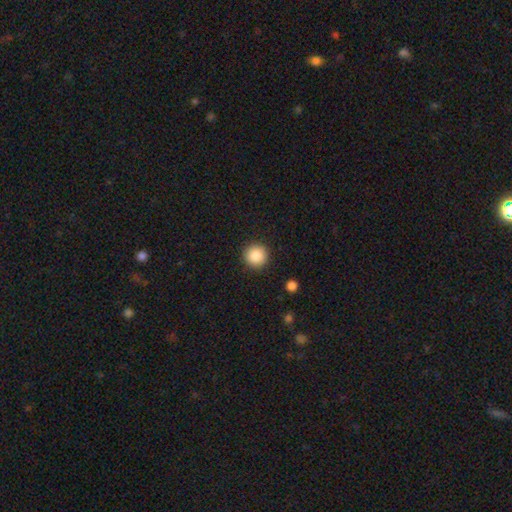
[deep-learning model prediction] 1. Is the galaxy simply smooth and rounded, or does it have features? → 88% smooth, 9% star or artifact, 4% featured or disk.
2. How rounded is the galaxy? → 96% round, 3% in between, 1% cigar-shaped.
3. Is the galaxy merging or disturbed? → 92% none, 5% minor disturbance, 2% major disturbance, 1% merger.